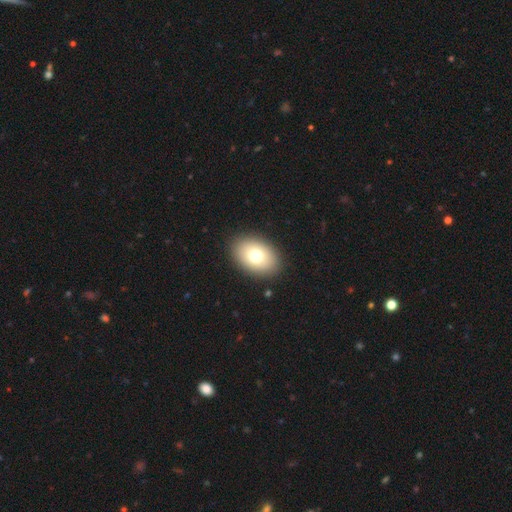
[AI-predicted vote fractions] A smooth galaxy with no disk features (75%) that is in between round and cigar-shaped (83%).

Vote fractions:
- Smooth or featured? smooth: 75% / featured or disk: 17% / star or artifact: 8%
- How rounded? in between: 83% / round: 16% / cigar-shaped: 1%
- Merging? none: 89% / minor disturbance: 8% / major disturbance: 2% / merger: 1%